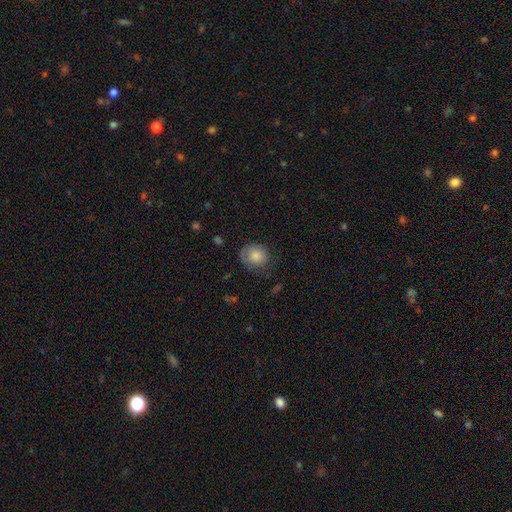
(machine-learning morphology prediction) Overall: smooth (80%). How rounded: round (70%). Merging: none (66%).